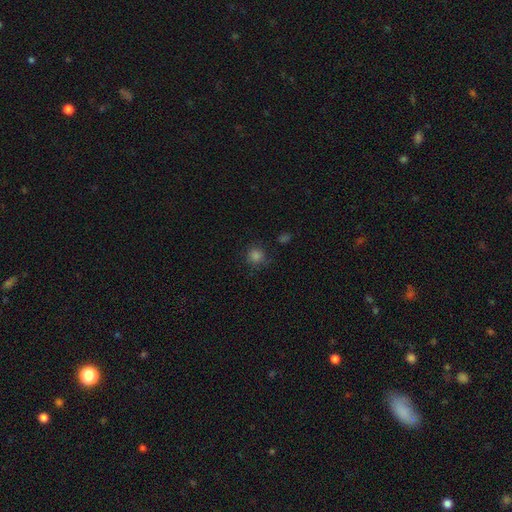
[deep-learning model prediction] smooth 76%, star or artifact 18%, featured or disk 5%. Down the decision tree: how rounded — round (91%); merging — none (80%).